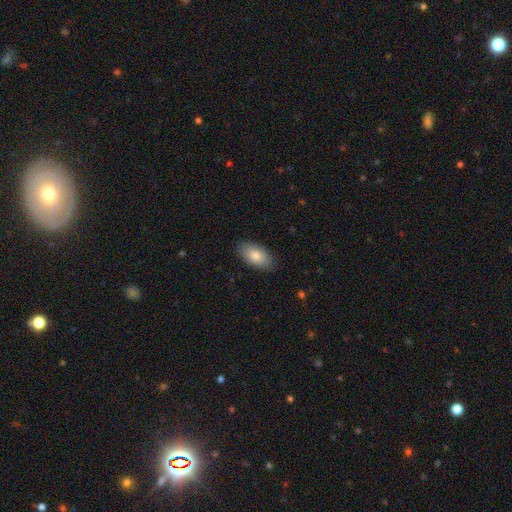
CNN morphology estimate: This appears to be a smooth galaxy with no disk features (82%) that is in between round and cigar-shaped (93%). Merging: none (86%).